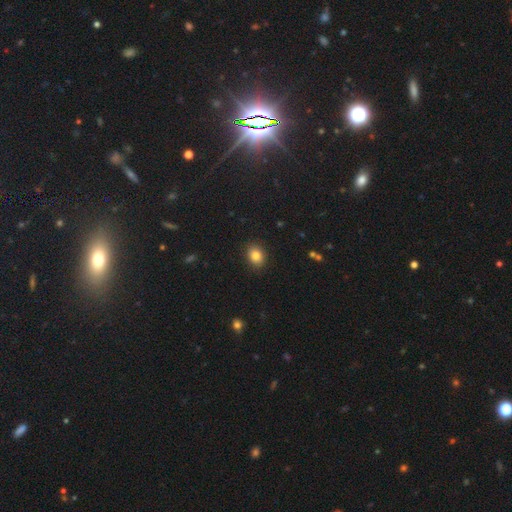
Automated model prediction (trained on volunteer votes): smooth_or_featured: smooth (p=0.84) [alt: star or artifact p=0.10]
how_rounded: in between (p=0.58) [alt: round p=0.41]
merging: none (p=0.89) [alt: minor disturbance p=0.08]